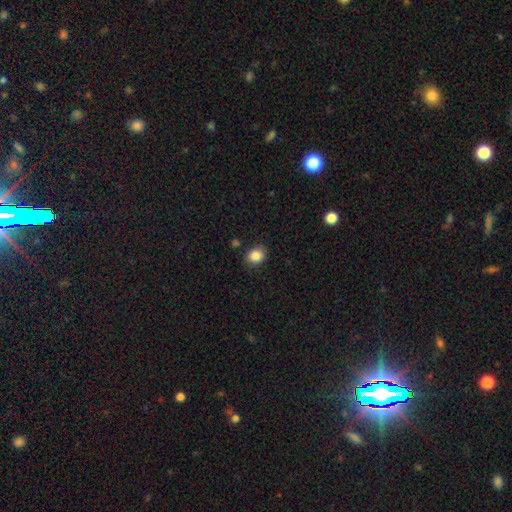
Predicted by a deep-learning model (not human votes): This appears to be a smooth galaxy with no disk features (86%) that is round (52%). Merging: none (85%).